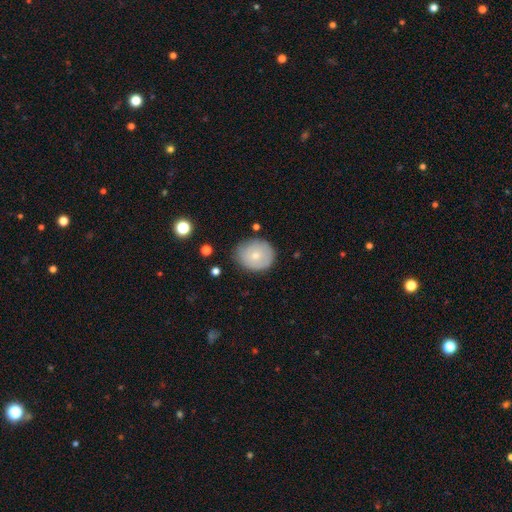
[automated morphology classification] A smooth galaxy with no disk features (67%) that is round (75%). Merging: none (70%).